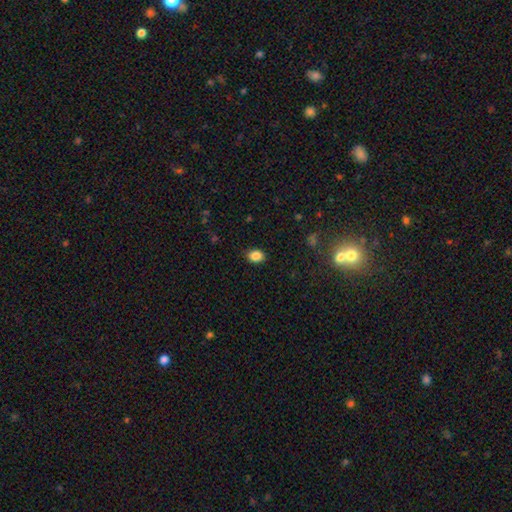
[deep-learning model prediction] Smooth or featured?
  - smooth: 86% *
  - star or artifact: 9%
  - featured or disk: 4%
How rounded?
  - in between: 64% *
  - round: 35%
  - cigar-shaped: 1%
Merging?
  - none: 87% *
  - minor disturbance: 9%
  - major disturbance: 2%
  - merger: 1%